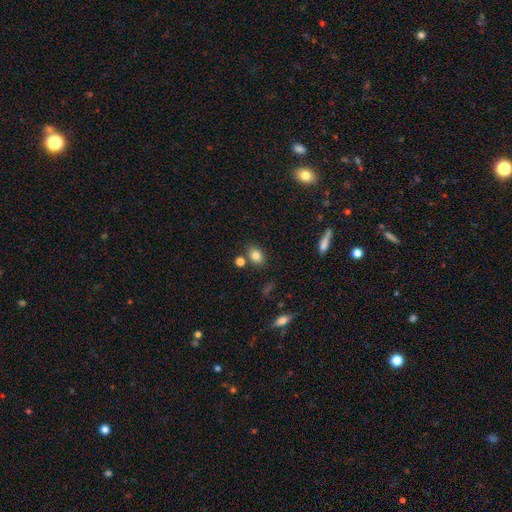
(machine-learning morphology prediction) Smooth or featured? Predicted: smooth (p=0.81). How rounded? Predicted: in between (p=0.70). Merging? Predicted: none (p=0.76).